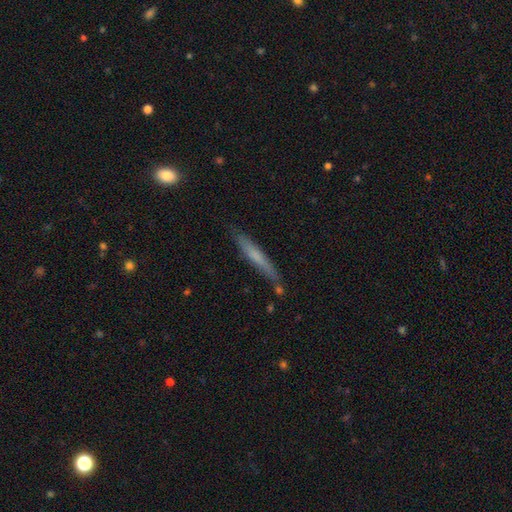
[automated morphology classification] Q: Smooth or featured?
A: smooth (56%); runner-up: featured or disk (38%)
Q: How rounded?
A: cigar-shaped (95%); runner-up: in between (4%)
Q: Merging?
A: none (79%); runner-up: minor disturbance (15%)